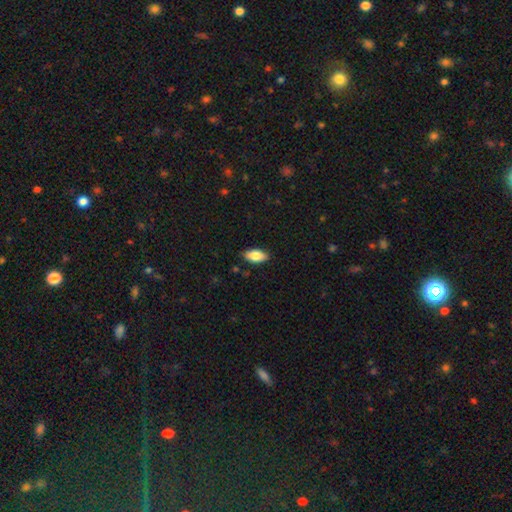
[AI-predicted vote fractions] Q: Smooth or featured?
A: smooth (81%); runner-up: featured or disk (13%)
Q: How rounded?
A: in between (90%); runner-up: cigar-shaped (7%)
Q: Merging?
A: none (86%); runner-up: minor disturbance (11%)